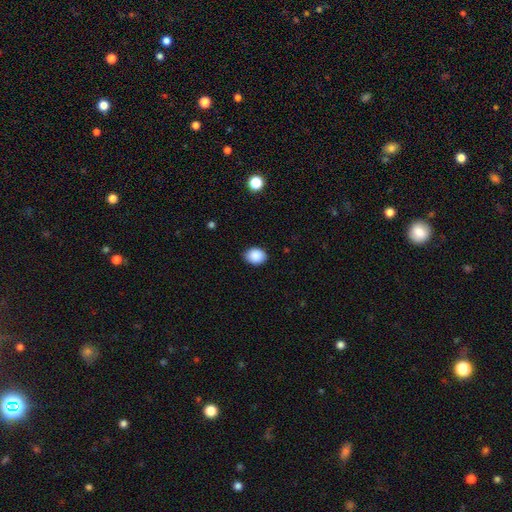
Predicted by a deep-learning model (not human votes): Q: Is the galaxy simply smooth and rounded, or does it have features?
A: smooth — 89%.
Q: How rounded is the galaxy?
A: in between — 60%.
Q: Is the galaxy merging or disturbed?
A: none — 86%.